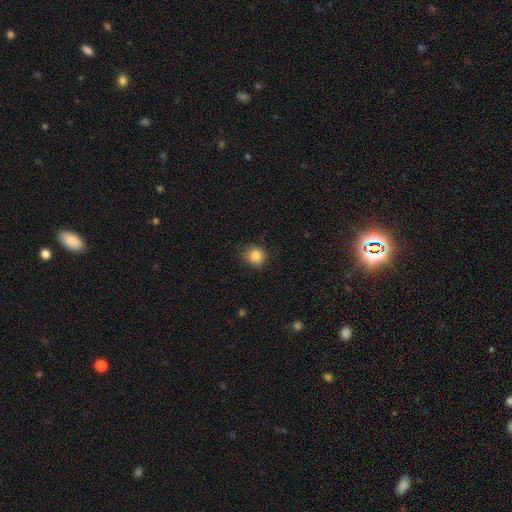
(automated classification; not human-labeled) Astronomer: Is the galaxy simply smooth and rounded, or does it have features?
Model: smooth — 85%.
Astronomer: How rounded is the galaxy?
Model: round — 81%.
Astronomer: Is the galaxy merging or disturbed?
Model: none — 80%.